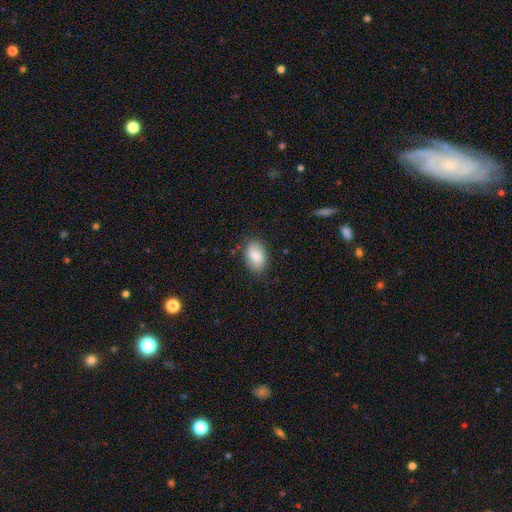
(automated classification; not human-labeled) smooth 84%, featured or disk 9%, star or artifact 6%. Down the decision tree: how rounded — in between (90%); merging — none (82%).